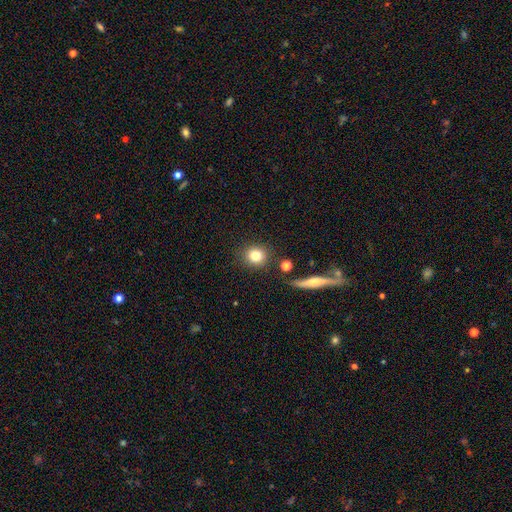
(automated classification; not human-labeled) A smooth galaxy with no disk features (80%) that is round (87%). Merging: none (84%).